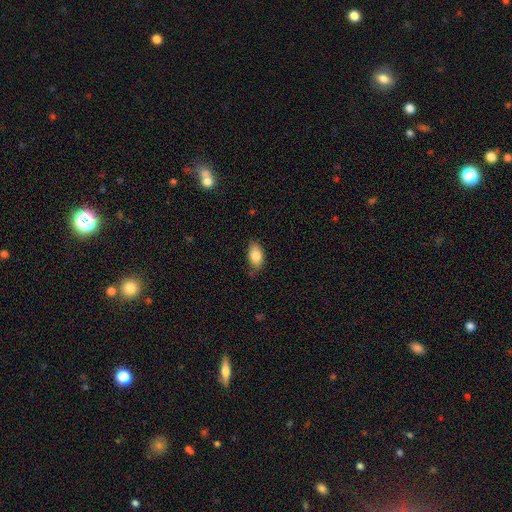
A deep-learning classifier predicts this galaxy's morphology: Smooth or featured: smooth — 84% (featured or disk — 8%)
How rounded: in between — 92% (round — 5%)
Merging: none — 74% (minor disturbance — 21%)